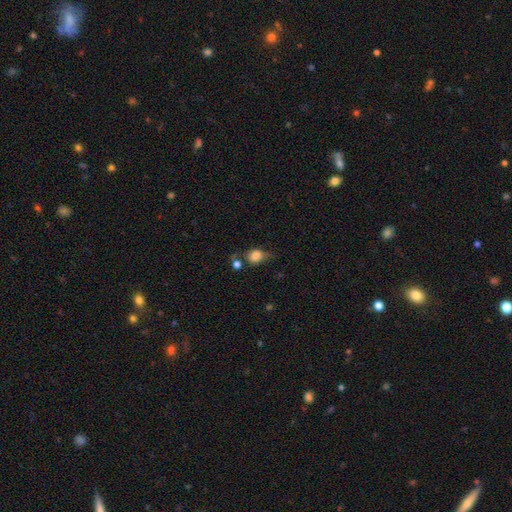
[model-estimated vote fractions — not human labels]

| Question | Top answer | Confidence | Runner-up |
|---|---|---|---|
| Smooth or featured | smooth | 77% | featured or disk (13%) |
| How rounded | in between | 53% | round (45%) |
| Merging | none | 45% | minor disturbance (27%) |